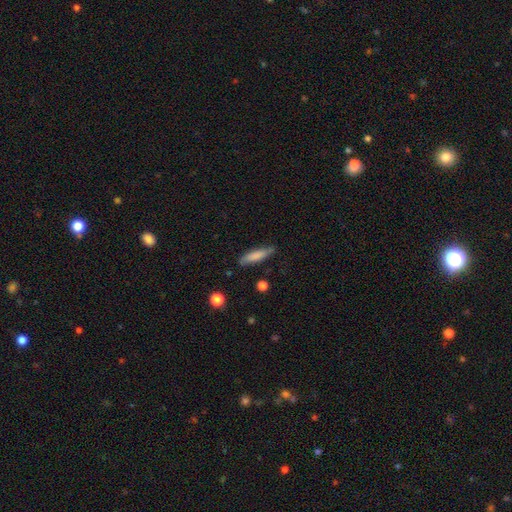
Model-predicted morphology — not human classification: Smooth or featured?
  - smooth: 79% *
  - featured or disk: 15%
  - star or artifact: 6%
How rounded?
  - cigar-shaped: 73% *
  - in between: 25%
  - round: 2%
Merging?
  - none: 80% *
  - minor disturbance: 16%
  - major disturbance: 3%
  - merger: 2%